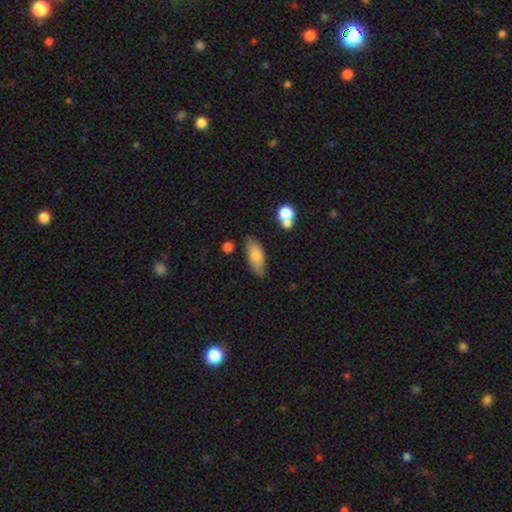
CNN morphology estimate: Overall: smooth (74%). How rounded: in between (80%). Merging: none (76%).